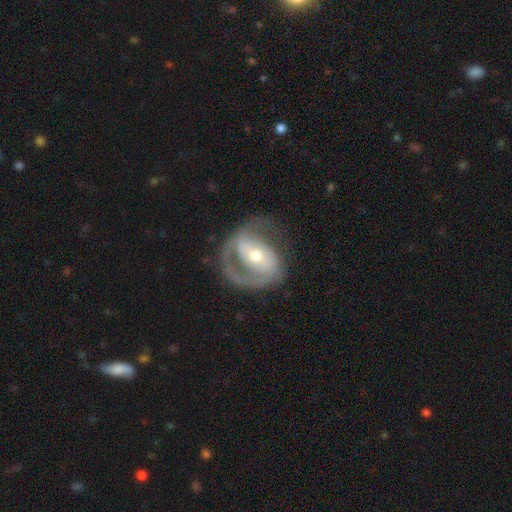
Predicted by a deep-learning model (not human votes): Overall: featured or disk (82%). Edge-on disk: no (97%). Bar: no (34%; weak 33%). Spiral arms: yes (86%). Spiral arm count: 2 (65%). Spiral winding: medium (47%; tight 34%). Bulge size: moderate (53%; small 41%). Merging: none (56%; major disturbance 23%).